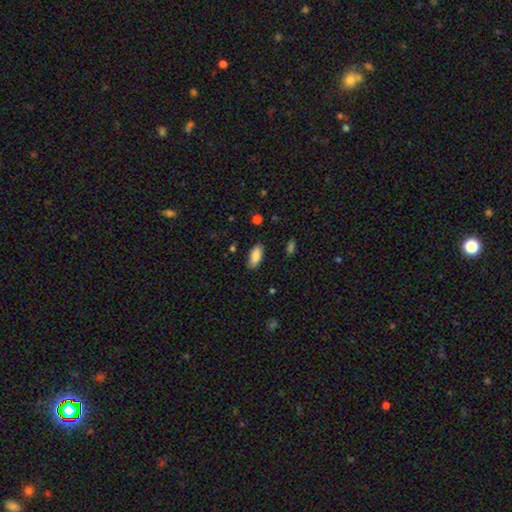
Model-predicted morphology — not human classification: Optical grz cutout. It shows a smooth galaxy with no disk features (88%) that is in between round and cigar-shaped (88%). Merging: none (86%).